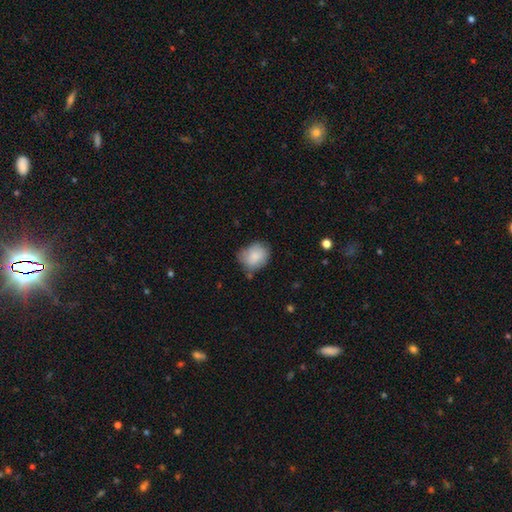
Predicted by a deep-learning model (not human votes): Overall: smooth (84%). How rounded: round (50%; in between 49%). Merging: none (61%; minor disturbance 29%).